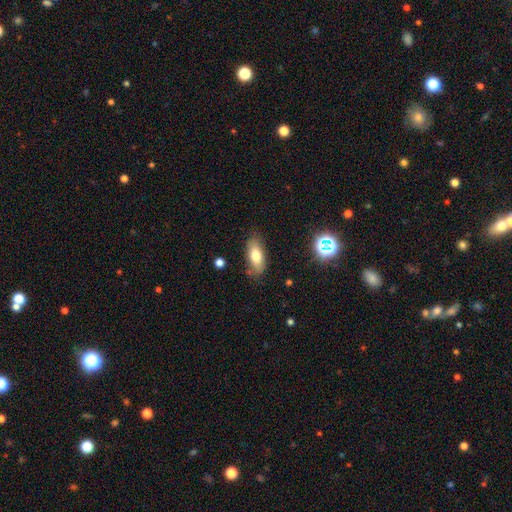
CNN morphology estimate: smooth-or-featured: smooth: 74% | featured or disk: 17% | star or artifact: 9%
  how-rounded: in between: 80% | cigar-shaped: 16% | round: 4%
  merging: none: 80% | minor disturbance: 14% | major disturbance: 3% | merger: 2%